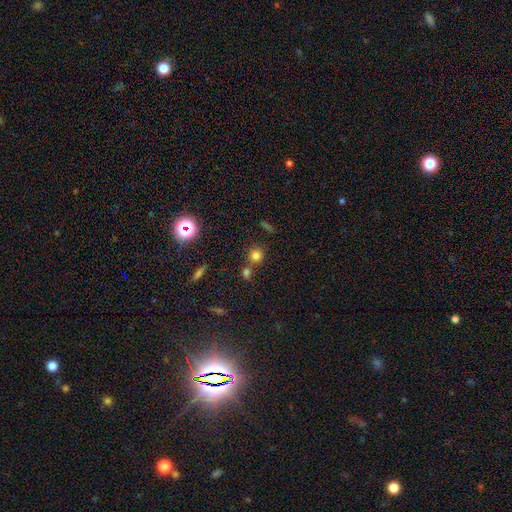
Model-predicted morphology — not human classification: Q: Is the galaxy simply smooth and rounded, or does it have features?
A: smooth — 74%.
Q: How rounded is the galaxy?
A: round — 87%.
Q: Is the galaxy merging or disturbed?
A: none — 65%.